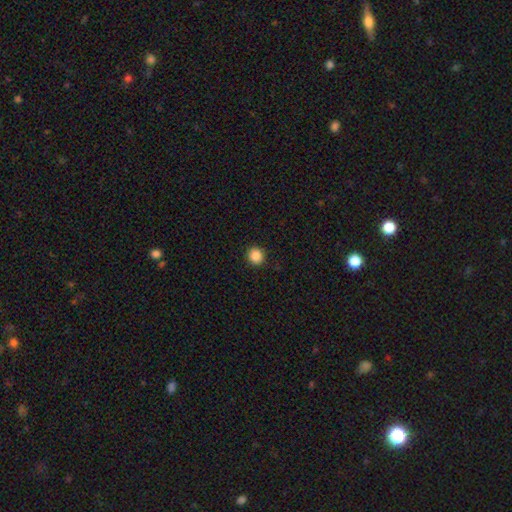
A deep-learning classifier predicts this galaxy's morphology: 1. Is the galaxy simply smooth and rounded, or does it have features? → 87% smooth, 10% star or artifact, 3% featured or disk.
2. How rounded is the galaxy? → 92% round, 7% in between, 1% cigar-shaped.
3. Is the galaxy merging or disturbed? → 92% none, 5% minor disturbance, 2% major disturbance, 1% merger.